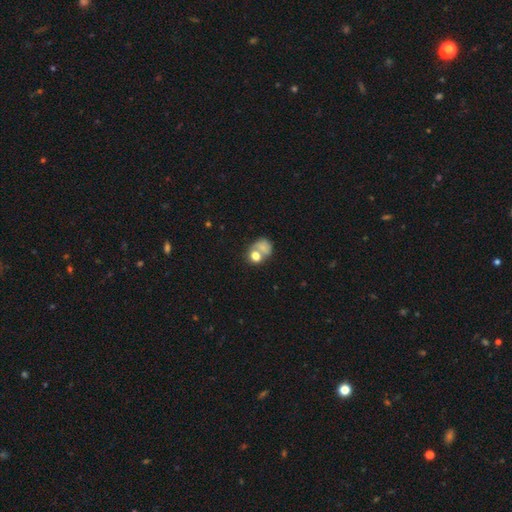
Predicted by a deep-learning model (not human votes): Morphology: type=smooth (71%); roundness=round (63%); merging=merger (48%).